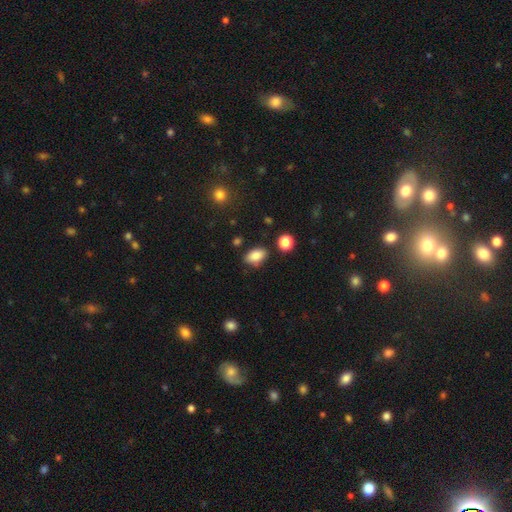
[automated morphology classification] A smooth galaxy with no disk features (86%) that is in between round and cigar-shaped (88%).

Vote fractions:
- Smooth or featured? smooth: 86% / star or artifact: 8% / featured or disk: 6%
- How rounded? in between: 88% / round: 10% / cigar-shaped: 2%
- Merging? none: 78% / minor disturbance: 15% / merger: 3% / major disturbance: 3%